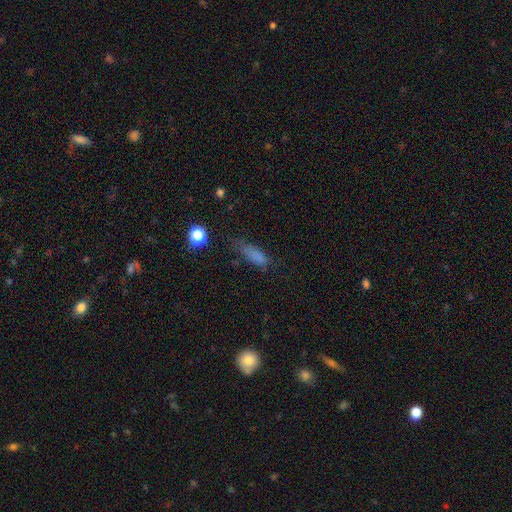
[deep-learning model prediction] smooth_or_featured: smooth (p=0.73) [alt: star or artifact p=0.17]
how_rounded: in between (p=0.49) [alt: cigar-shaped p=0.46]
merging: none (p=0.52) [alt: minor disturbance p=0.29]